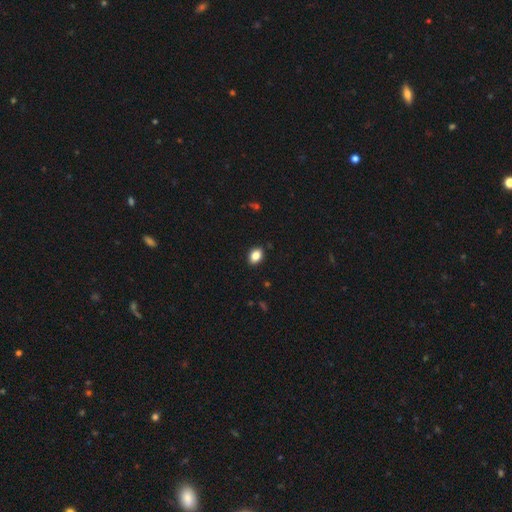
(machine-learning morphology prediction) This appears to be a smooth galaxy with no disk features (86%) that is in between round and cigar-shaped (76%). Merging: none (89%).